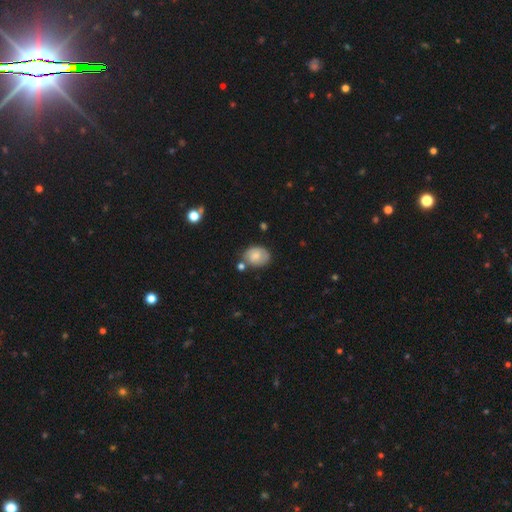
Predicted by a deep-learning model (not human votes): This is likely a smooth galaxy (69%). How rounded: possibly in between (54%). Merging: likely none (65%).